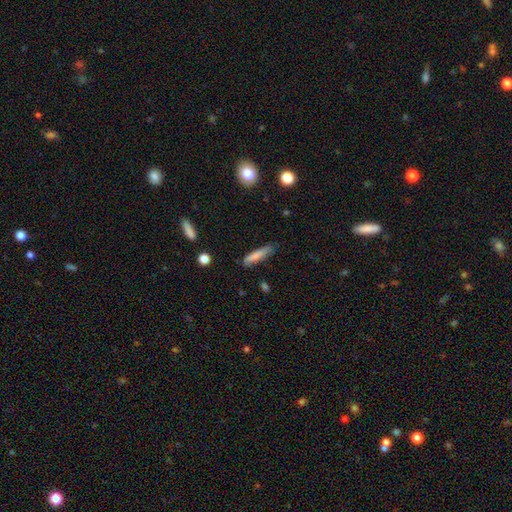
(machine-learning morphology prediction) smooth_or_featured: smooth (p=0.80) [alt: featured or disk p=0.14]
how_rounded: cigar-shaped (p=0.83) [alt: in between p=0.15]
merging: none (p=0.73) [alt: minor disturbance p=0.21]